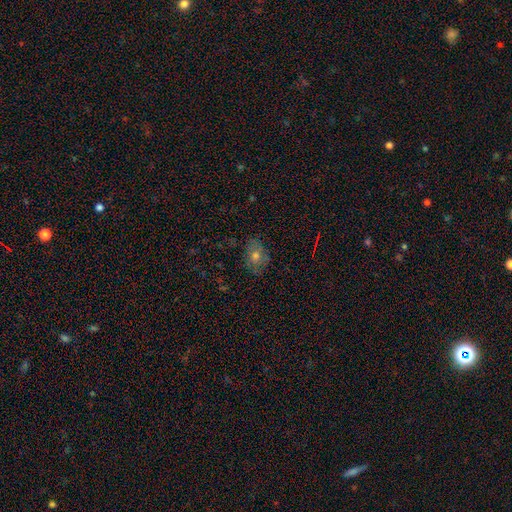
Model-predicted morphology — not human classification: smooth_or_featured: smooth (p=0.54) [alt: featured or disk p=0.26]
how_rounded: in between (p=0.62) [alt: round p=0.36]
merging: none (p=0.77) [alt: minor disturbance p=0.17]